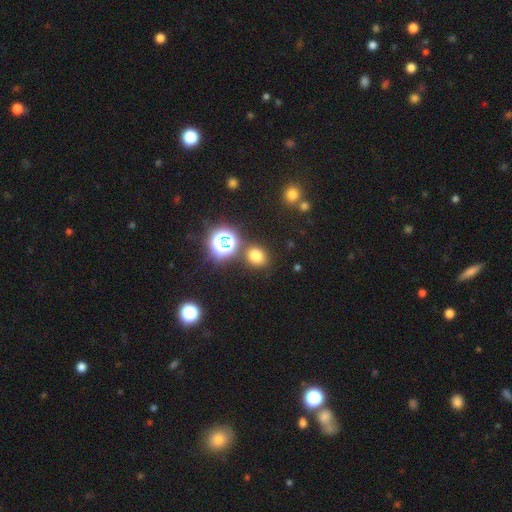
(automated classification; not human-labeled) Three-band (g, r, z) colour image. It shows a smooth galaxy with no disk features (69%) that is round (63%). Merging: none (81%).